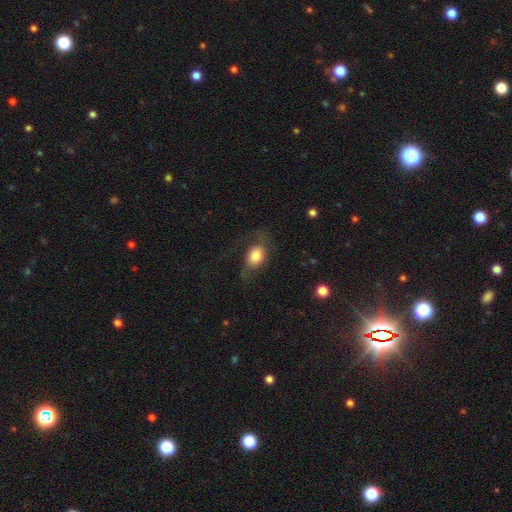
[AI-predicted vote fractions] Smooth or featured? Predicted: smooth (p=0.70). How rounded? Predicted: in between (p=0.73). Merging? Predicted: none (p=0.46).